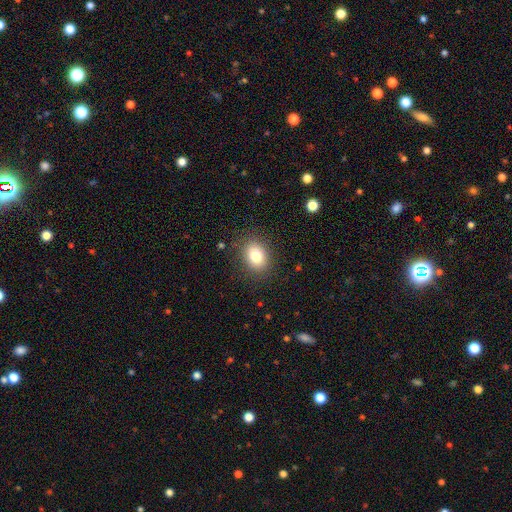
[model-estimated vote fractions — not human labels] A smooth galaxy with no disk features (81%) that is in between round and cigar-shaped (63%). Merging: none (86%).